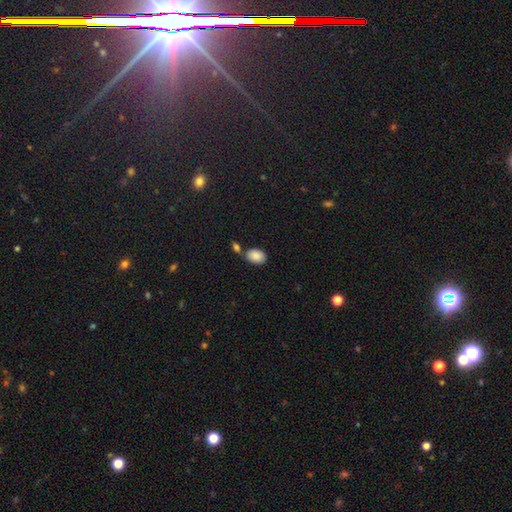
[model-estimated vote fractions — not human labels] Q: Smooth or featured?
A: smooth (88%); runner-up: star or artifact (7%)
Q: How rounded?
A: in between (87%); runner-up: round (12%)
Q: Merging?
A: none (63%); runner-up: merger (21%)